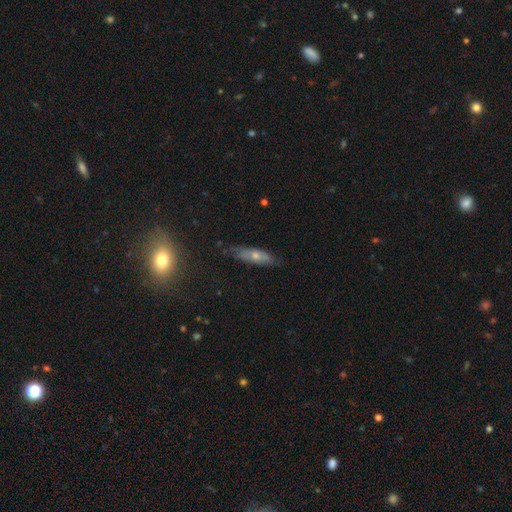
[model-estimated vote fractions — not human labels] This is possibly a smooth galaxy (49%). Merging: likely none (69%).